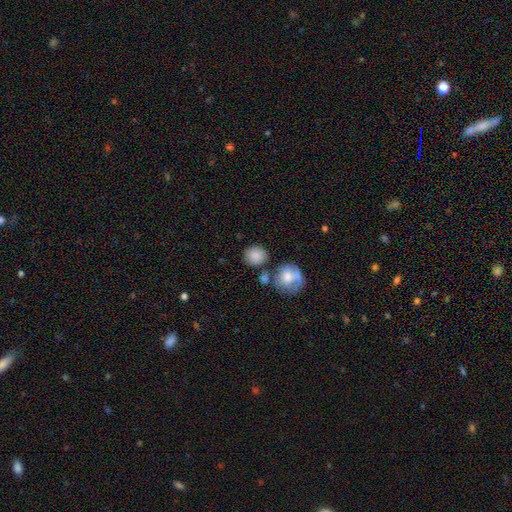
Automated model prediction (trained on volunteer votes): This appears to be a smooth galaxy with no disk features (84%) that is round (80%). Merging: none (67%).